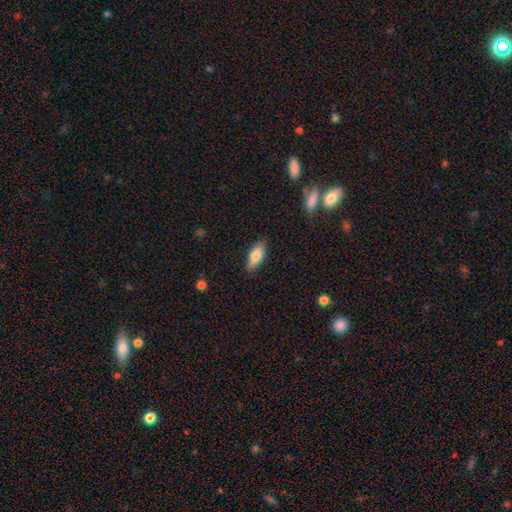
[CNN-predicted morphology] A smooth galaxy with no disk features (78%) that is in between round and cigar-shaped (74%). Merging: none (86%).